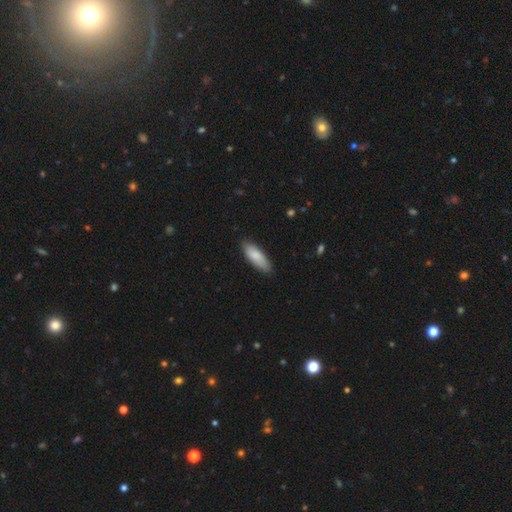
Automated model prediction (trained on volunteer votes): The model was most divided on "how rounded": in between: 60%, cigar-shaped: 38%, round: 2%. More confident: merging — none (85%); smooth or featured — smooth (84%).